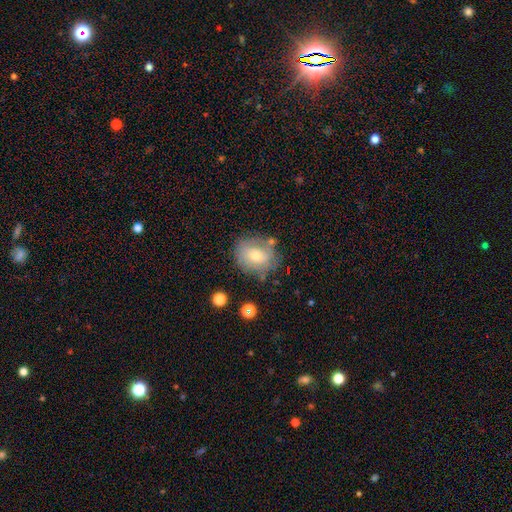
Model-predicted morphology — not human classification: The model was most divided on "smooth or featured": smooth: 57%, featured or disk: 32%, star or artifact: 11%. More confident: merging — none (67%); how rounded — round (63%).